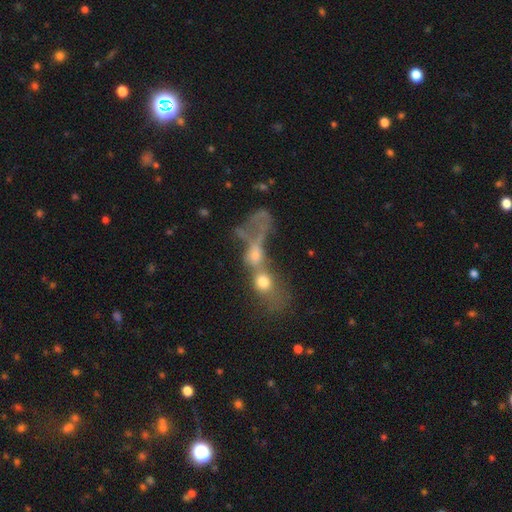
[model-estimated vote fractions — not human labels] The model was most divided on "smooth or featured": smooth: 41%, featured or disk: 40%, star or artifact: 19%. More confident: merging — merger (70%).